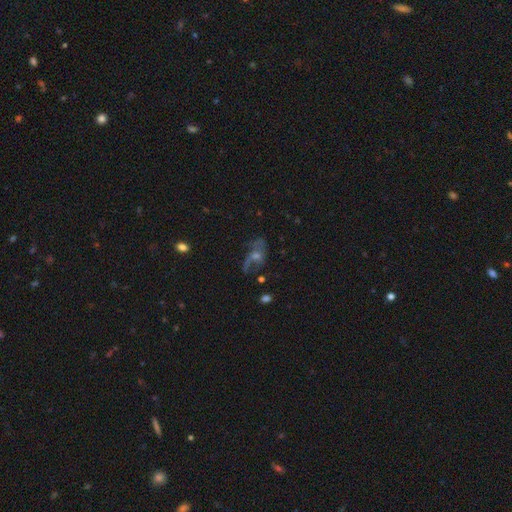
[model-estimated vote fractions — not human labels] smooth-or-featured: featured or disk: 66% | star or artifact: 18% | smooth: 16%
  disk-edge-on: no: 93% | yes: 7%
    bar: no: 70% | weak: 24% | strong: 6%
    has-spiral-arms: yes: 78% | no: 22%
    bulge-size: moderate: 47% | small: 41% | none: 6% | large: 5% | dominant: 2%
  merging: none: 52% | major disturbance: 25% | minor disturbance: 19% | merger: 4%